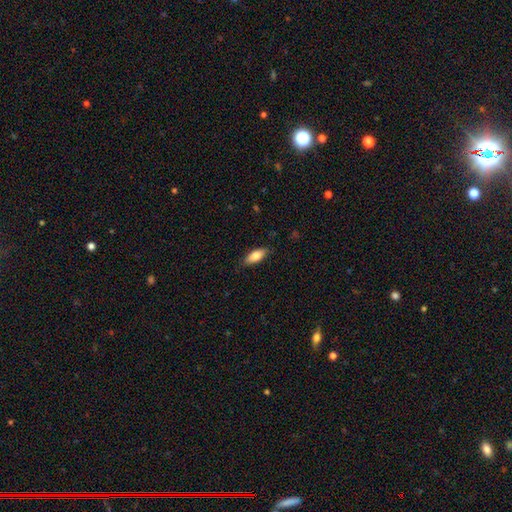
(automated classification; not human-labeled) Smooth or featured?
  - smooth: 79% *
  - featured or disk: 15%
  - star or artifact: 6%
How rounded?
  - in between: 78% *
  - cigar-shaped: 19%
  - round: 2%
Merging?
  - none: 85% *
  - minor disturbance: 12%
  - major disturbance: 2%
  - merger: 1%